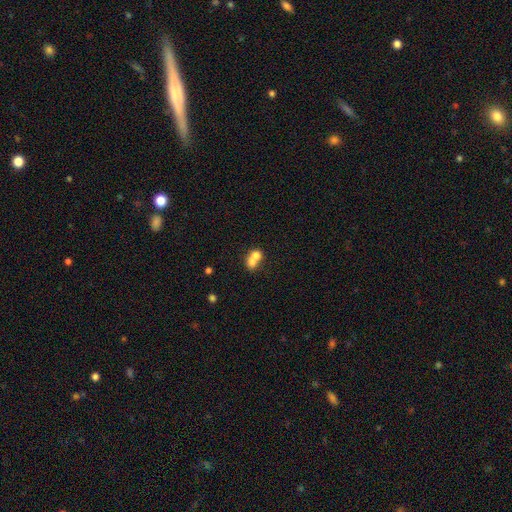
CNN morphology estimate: This is likely a smooth galaxy (70%). How rounded: likely round (61%). Merging: likely merger (73%).